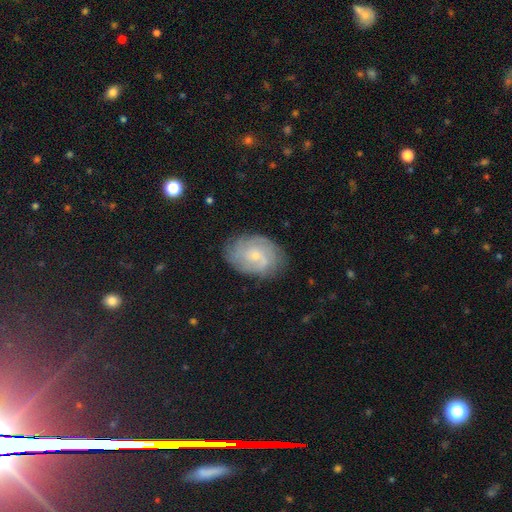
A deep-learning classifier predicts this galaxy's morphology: Smooth or featured?
  - featured or disk: 68% *
  - smooth: 24%
  - star or artifact: 7%
Edge-on disk?
  - no: 96% *
  - yes: 4%
Bar?
  - no: 69% *
  - weak: 28%
  - strong: 4%
Spiral arms?
  - yes: 88% *
  - no: 12%
Spiral winding?
  - tight: 58% *
  - medium: 32%
  - loose: 11%
Spiral arm count?
  - can't tell: 44% *
  - 2: 21%
  - 3: 14%
  - 4: 10%
  - more than 4: 5%
  - 1: 5%
Bulge size?
  - small: 74% *
  - moderate: 21%
  - none: 2%
  - large: 1%
  - dominant: 1%
Merging?
  - none: 77% *
  - minor disturbance: 16%
  - major disturbance: 5%
  - merger: 2%